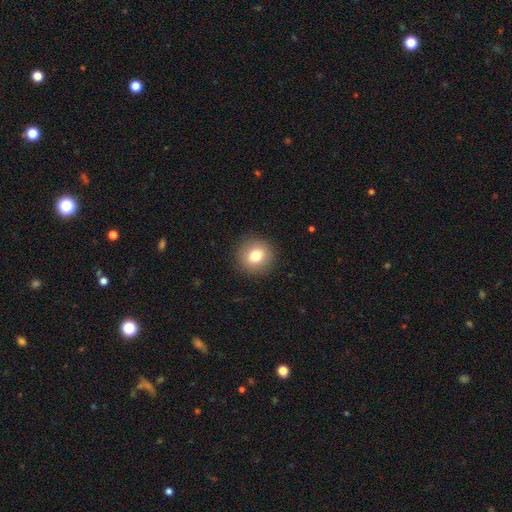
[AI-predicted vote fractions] smooth-or-featured: smooth: 77% | featured or disk: 13% | star or artifact: 10%
  how-rounded: round: 89% | in between: 10% | cigar-shaped: 1%
  merging: none: 91% | minor disturbance: 6% | major disturbance: 2% | merger: 1%